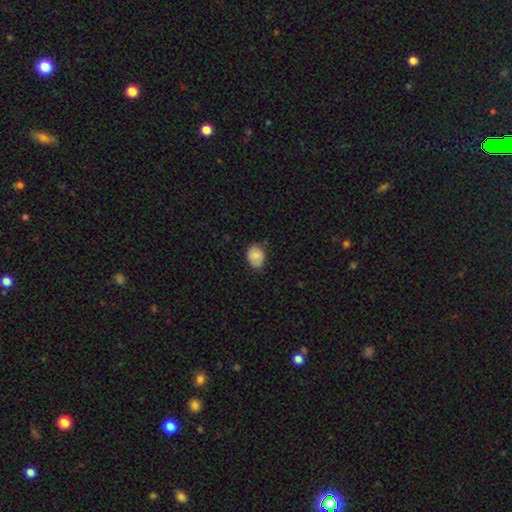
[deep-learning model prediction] smooth 77%, featured or disk 15%, star or artifact 7%. Down the decision tree: how rounded — in between (56%); merging — none (71%).